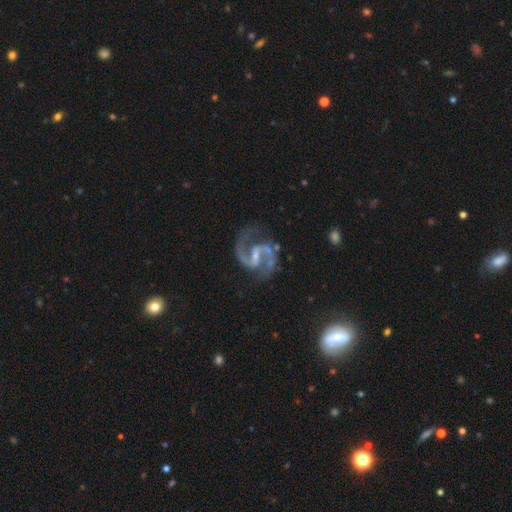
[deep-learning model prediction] Smooth or featured?
  - featured or disk: 94% *
  - star or artifact: 4%
  - smooth: 2%
Edge-on disk?
  - no: 98% *
  - yes: 2%
Bar?
  - weak: 48% *
  - strong: 36%
  - no: 15%
Spiral arms?
  - yes: 98% *
  - no: 2%
Spiral winding?
  - medium: 66% *
  - loose: 23%
  - tight: 10%
Spiral arm count?
  - 2: 94% *
  - can't tell: 1%
  - 3: 1%
  - 1: 1%
  - 4: 1%
  - more than 4: 1%
Bulge size?
  - small: 61% *
  - moderate: 24%
  - none: 13%
  - large: 1%
  - dominant: 1%
Merging?
  - none: 76% *
  - minor disturbance: 15%
  - major disturbance: 7%
  - merger: 3%